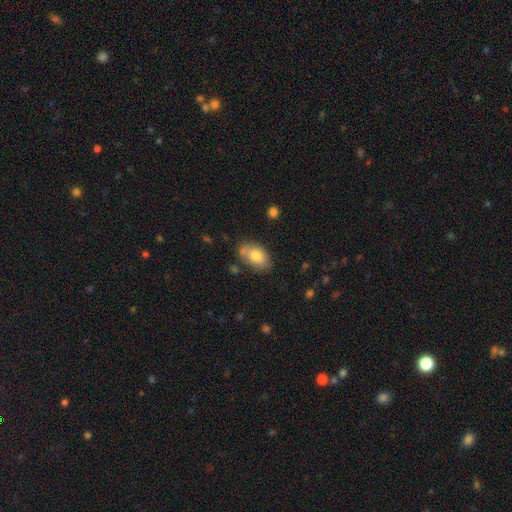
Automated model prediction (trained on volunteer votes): The model was most divided on "merging": none: 67%, minor disturbance: 21%, merger: 8%, major disturbance: 5%. More confident: how rounded — in between (90%); smooth or featured — smooth (79%).